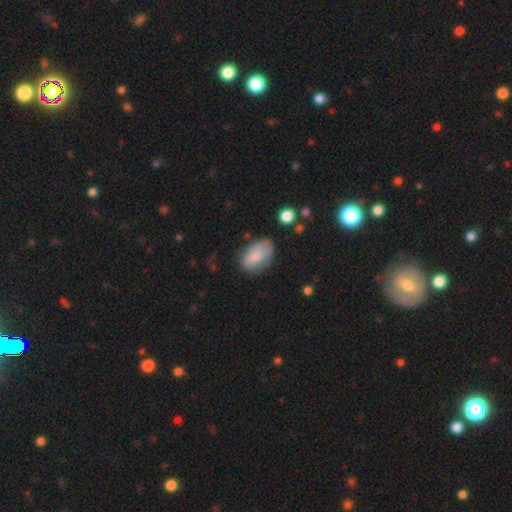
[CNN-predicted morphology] type=smooth (74%); roundness=in between (90%); merging=none (57%).